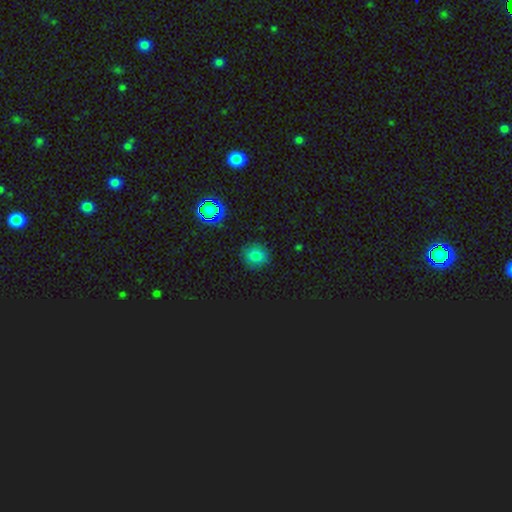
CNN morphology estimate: type=smooth (77%); roundness=round (81%); merging=none (87%).